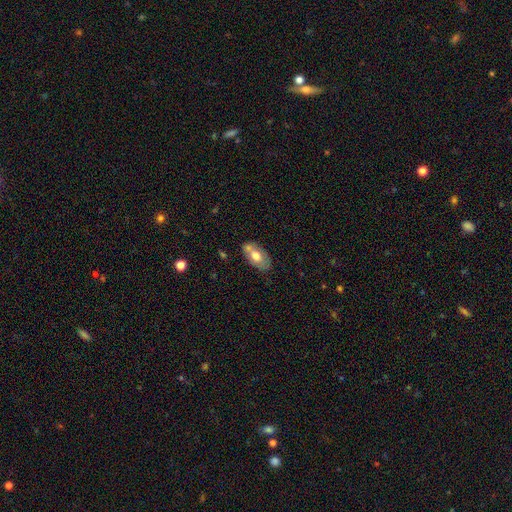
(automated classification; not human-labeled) This is possibly a smooth galaxy (57%). How rounded: clearly in between (92%). Merging: likely none (63%).